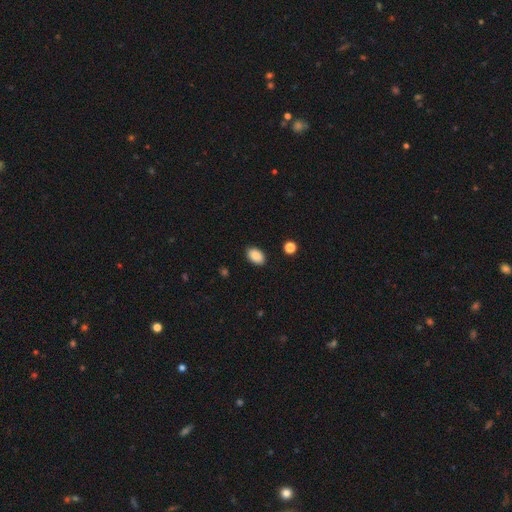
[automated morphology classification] Smooth or featured? Predicted: smooth (p=0.89). How rounded? Predicted: in between (p=0.89). Merging? Predicted: none (p=0.88).